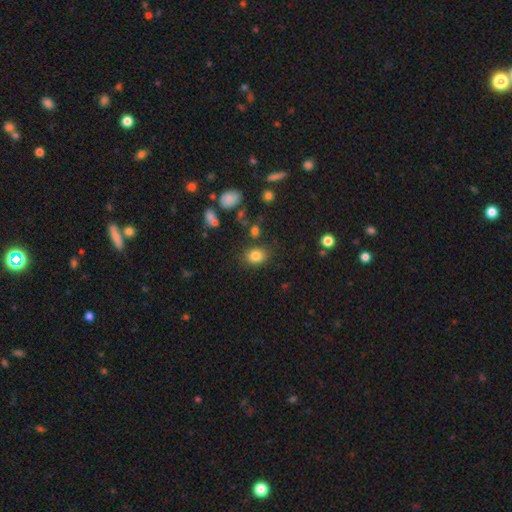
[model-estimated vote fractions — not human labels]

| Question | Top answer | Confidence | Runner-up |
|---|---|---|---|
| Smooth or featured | smooth | 81% | star or artifact (12%) |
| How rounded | in between | 54% | round (45%) |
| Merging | none | 81% | minor disturbance (12%) |